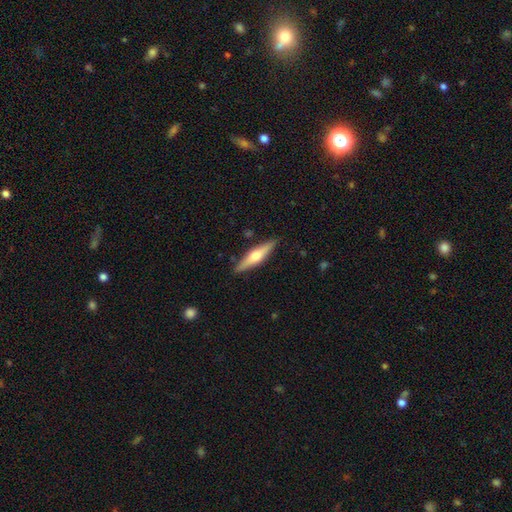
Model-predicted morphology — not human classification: A featured or disk galaxy (58%) viewed edge-on (95%) with a rounded central bulge (93%). Merging: none (88%).